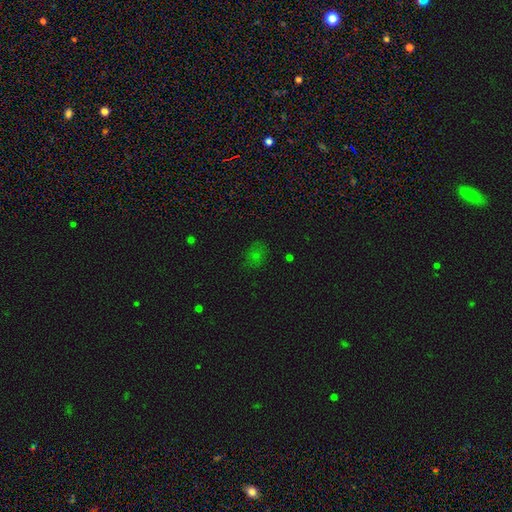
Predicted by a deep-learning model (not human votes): smooth-or-featured: smooth: 65% | star or artifact: 25% | featured or disk: 10%
  how-rounded: round: 52% | in between: 47% | cigar-shaped: 1%
  merging: none: 71% | minor disturbance: 20% | major disturbance: 7% | merger: 2%